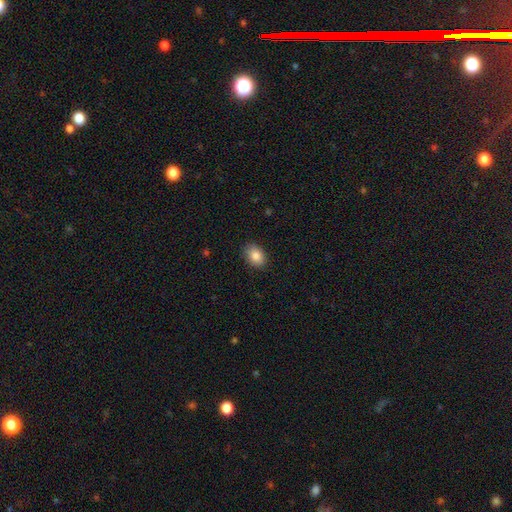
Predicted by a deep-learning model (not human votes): Smooth or featured? smooth (87%)
How rounded? in between (70%)
Merging? none (86%)